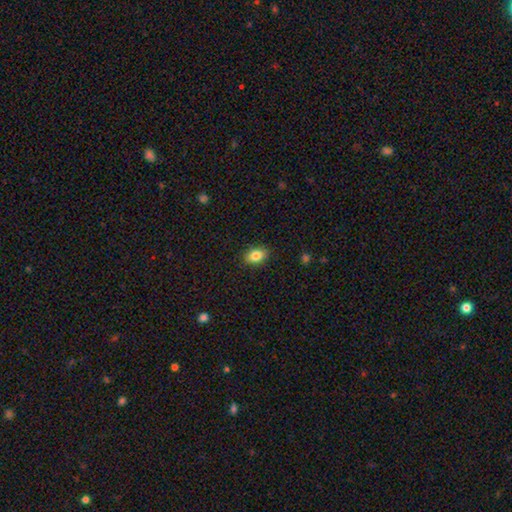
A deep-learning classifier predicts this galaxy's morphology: Smooth or featured? Predicted: smooth (p=0.84). How rounded? Predicted: in between (p=0.81). Merging? Predicted: none (p=0.88).